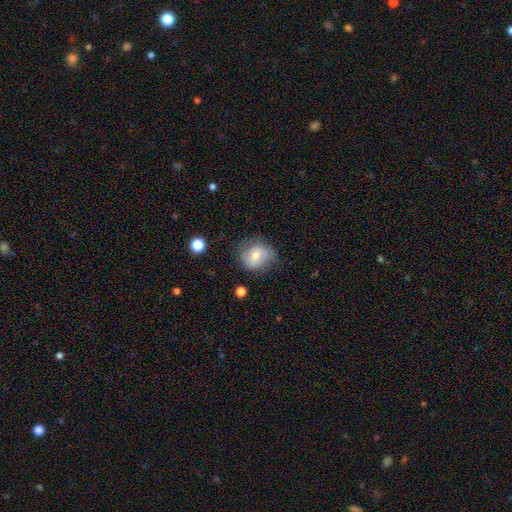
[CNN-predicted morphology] This is possibly a smooth galaxy (53%). How rounded: likely round (72%). Merging: likely none (62%).